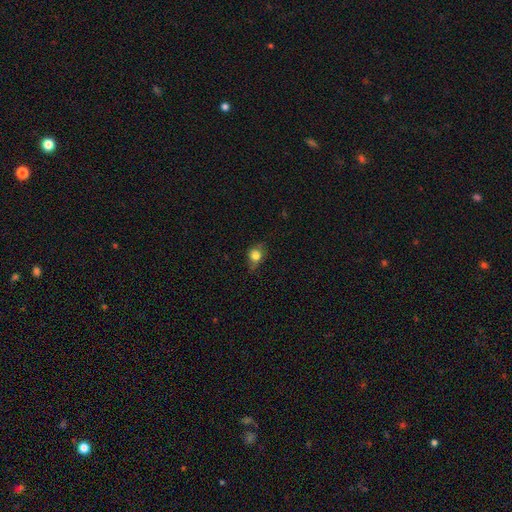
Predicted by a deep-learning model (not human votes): Q: Smooth or featured?
A: smooth (79%); runner-up: star or artifact (11%)
Q: How rounded?
A: round (63%); runner-up: in between (35%)
Q: Merging?
A: none (60%); runner-up: minor disturbance (30%)